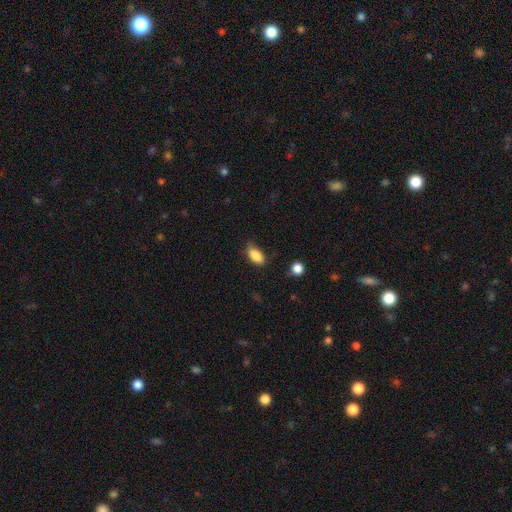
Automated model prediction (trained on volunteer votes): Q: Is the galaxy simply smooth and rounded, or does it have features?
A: smooth — 86%.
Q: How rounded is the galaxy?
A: in between — 90%.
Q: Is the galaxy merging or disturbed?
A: none — 66%.